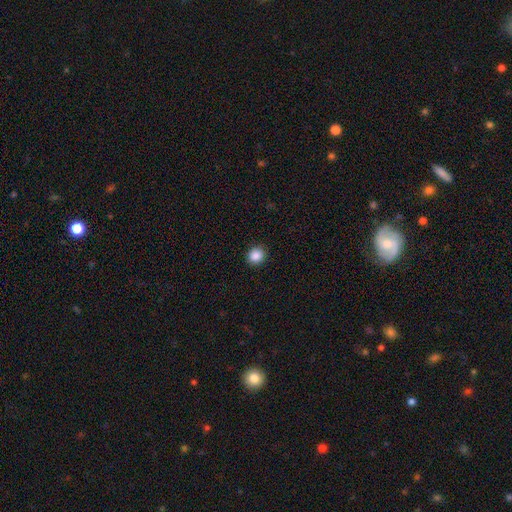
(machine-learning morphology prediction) A smooth galaxy with no disk features (88%) that is round (85%).

Vote fractions:
- Smooth or featured? smooth: 88% / star or artifact: 10% / featured or disk: 3%
- How rounded? round: 85% / in between: 14% / cigar-shaped: 1%
- Merging? none: 91% / minor disturbance: 6% / major disturbance: 2% / merger: 1%